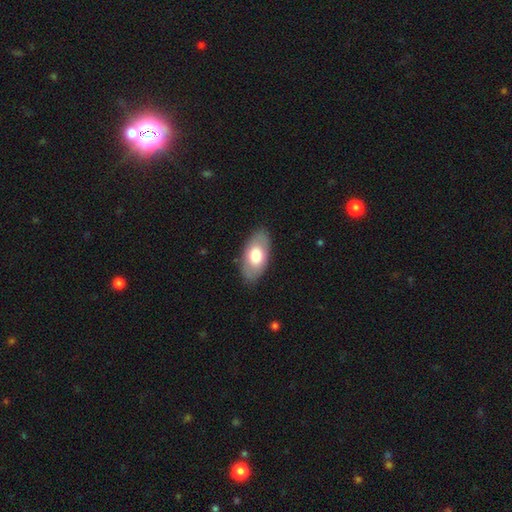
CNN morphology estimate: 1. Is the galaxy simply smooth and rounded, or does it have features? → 68% smooth, 27% featured or disk, 5% star or artifact.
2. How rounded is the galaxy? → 94% in between, 3% round, 3% cigar-shaped.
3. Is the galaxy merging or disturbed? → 85% none, 11% minor disturbance, 3% major disturbance, 1% merger.